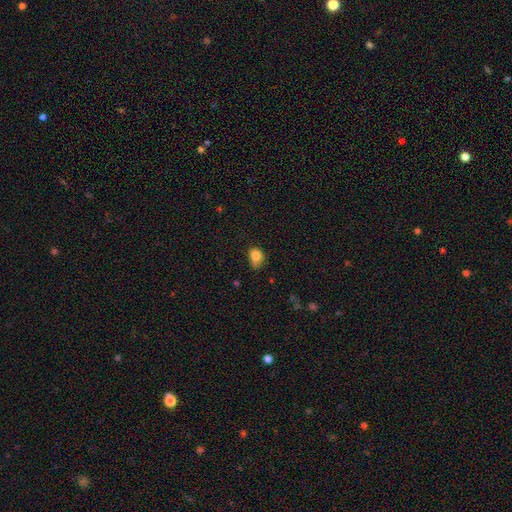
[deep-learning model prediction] Q: Smooth or featured?
A: smooth (81%); runner-up: star or artifact (11%)
Q: How rounded?
A: in between (51%); runner-up: round (48%)
Q: Merging?
A: none (43%); runner-up: minor disturbance (41%)